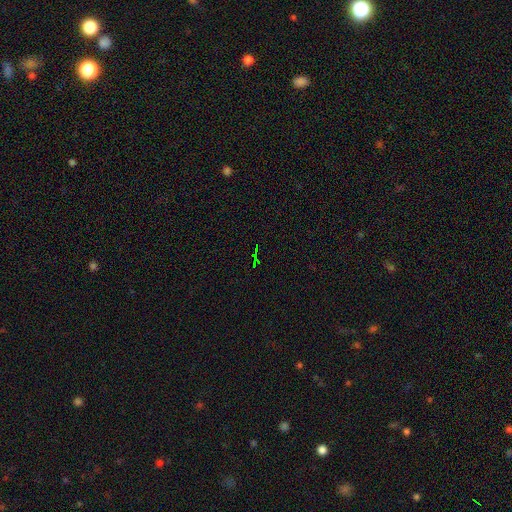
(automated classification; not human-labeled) This is likely a star or artifact rather than a galaxy (77%).